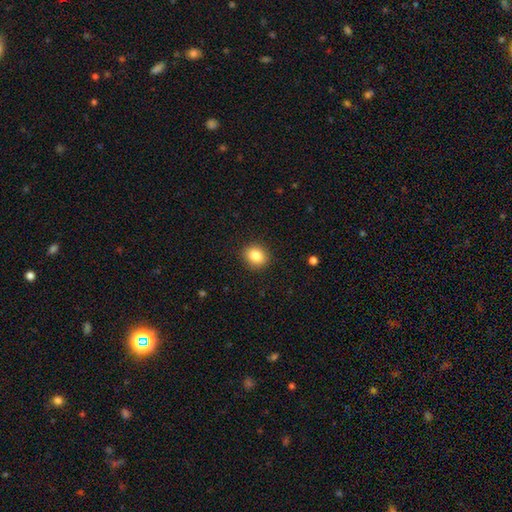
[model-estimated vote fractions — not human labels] This is clearly a smooth galaxy (84%). How rounded: likely round (67%). Merging: clearly none (90%).